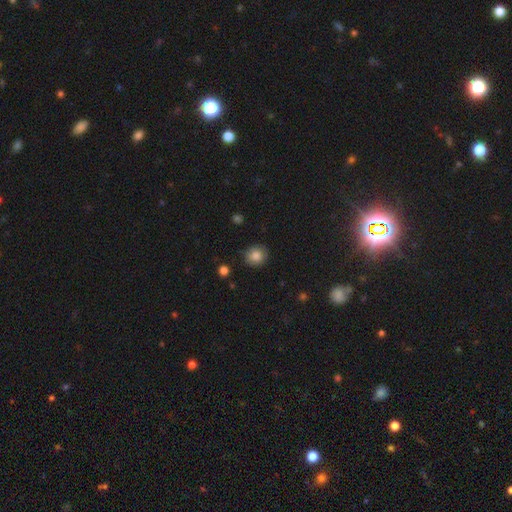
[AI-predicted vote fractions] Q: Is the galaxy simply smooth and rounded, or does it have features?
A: smooth — 83%.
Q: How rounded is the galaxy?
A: round — 84%.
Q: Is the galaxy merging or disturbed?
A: none — 86%.